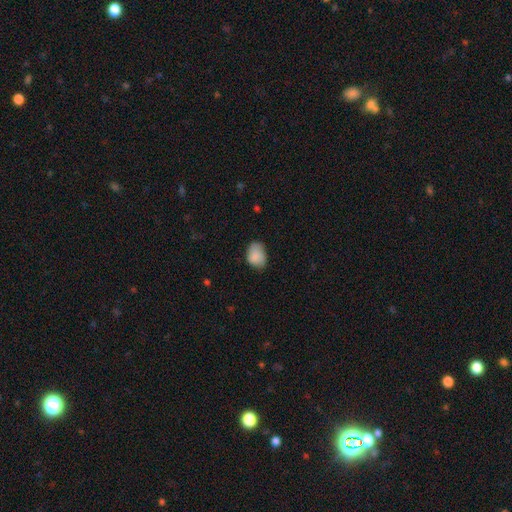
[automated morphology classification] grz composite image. It shows a smooth galaxy with no disk features (85%) that is in between round and cigar-shaped (72%). Merging: none (62%).